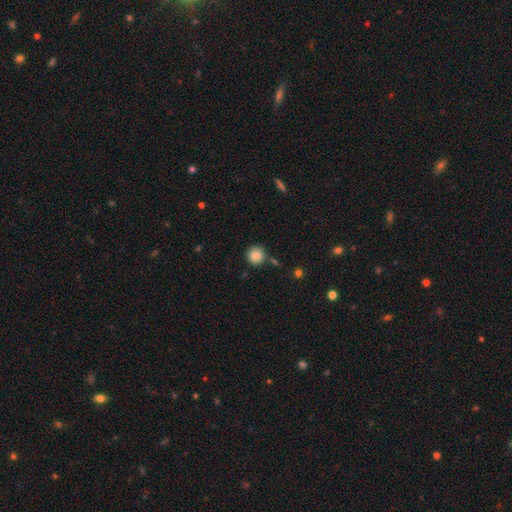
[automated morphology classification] This is clearly a smooth galaxy (83%). How rounded: clearly round (94%). Merging: clearly none (83%).